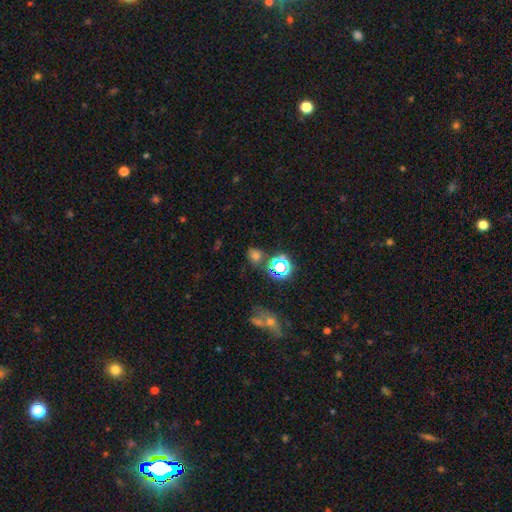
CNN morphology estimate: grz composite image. It shows a smooth galaxy with no disk features (53%) that is round (70%). Merging: none (73%).